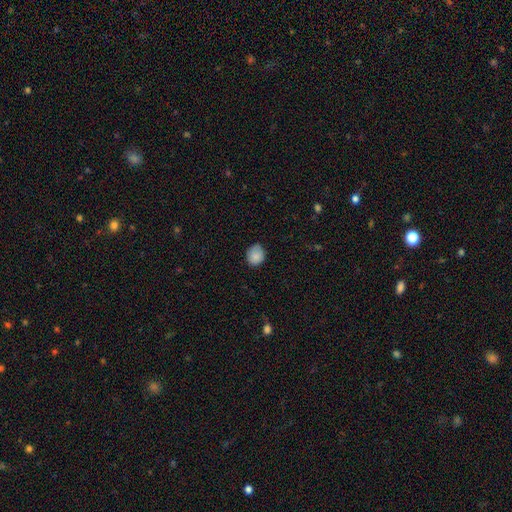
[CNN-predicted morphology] Smooth or featured: smooth — 86% (star or artifact — 8%)
How rounded: round — 62% (in between — 37%)
Merging: none — 75% (minor disturbance — 21%)